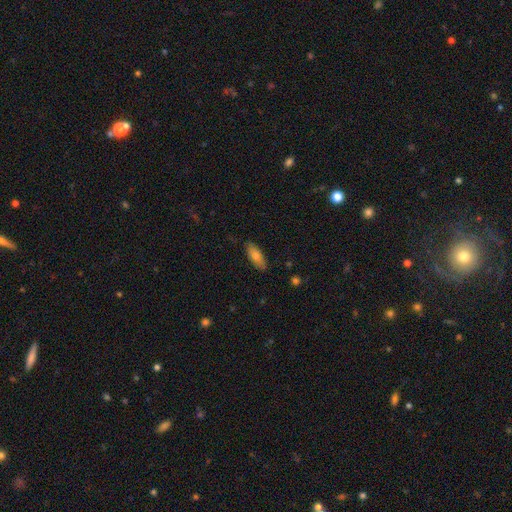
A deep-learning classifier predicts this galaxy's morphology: Smooth or featured? smooth (72%)
How rounded? in between (69%)
Merging? none (86%)